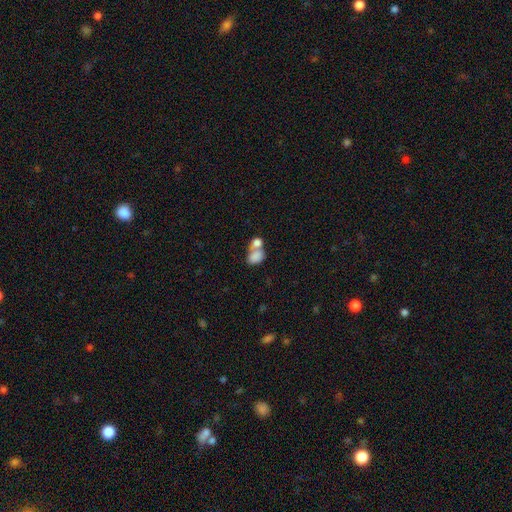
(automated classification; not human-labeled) Smooth or featured? smooth (80%)
How rounded? in between (72%)
Merging? merger (61%)